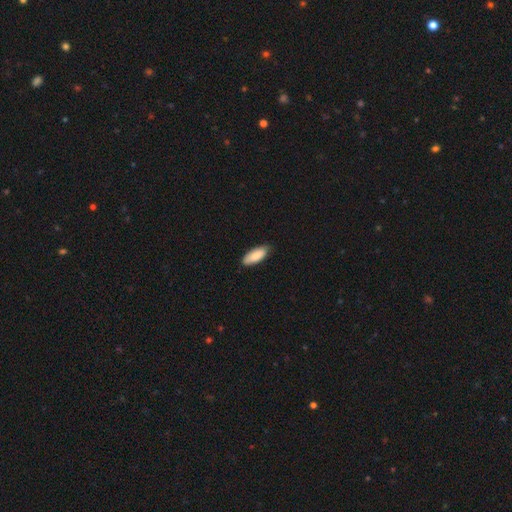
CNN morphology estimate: This appears to be a smooth galaxy with no disk features (87%) that is in between round and cigar-shaped (77%). Merging: none (85%).